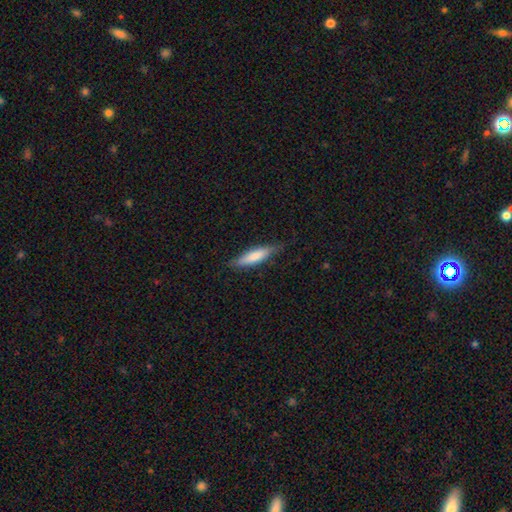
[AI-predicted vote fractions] The model was most divided on "smooth or featured": smooth: 72%, featured or disk: 23%, star or artifact: 6%. More confident: merging — none (79%); how rounded — cigar-shaped (77%).